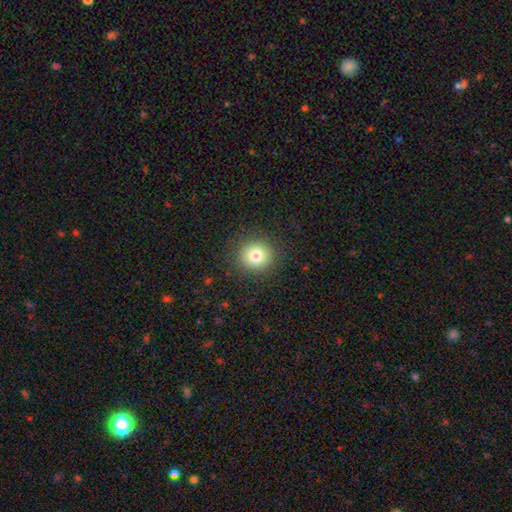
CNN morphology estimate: Smooth or featured? Predicted: smooth (p=0.80). How rounded? Predicted: round (p=0.91). Merging? Predicted: none (p=0.89).